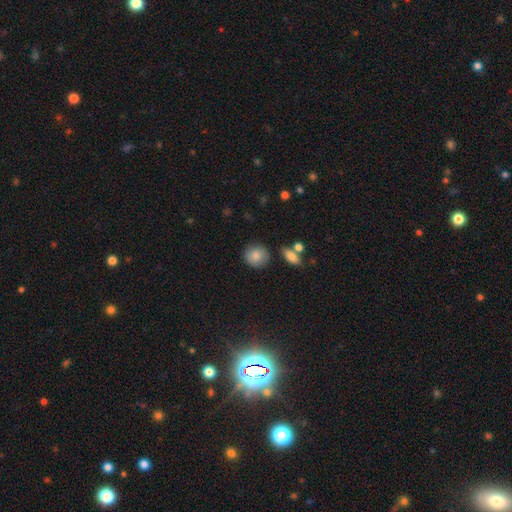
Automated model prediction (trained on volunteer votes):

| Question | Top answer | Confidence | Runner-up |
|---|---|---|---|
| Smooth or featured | smooth | 85% | featured or disk (8%) |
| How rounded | round | 85% | in between (14%) |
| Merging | none | 80% | minor disturbance (13%) |